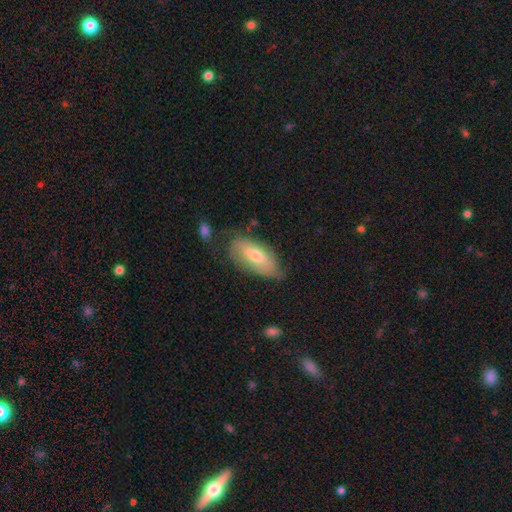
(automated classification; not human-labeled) Morphology: type=smooth (61%); roundness=in between (84%); merging=none (59%).